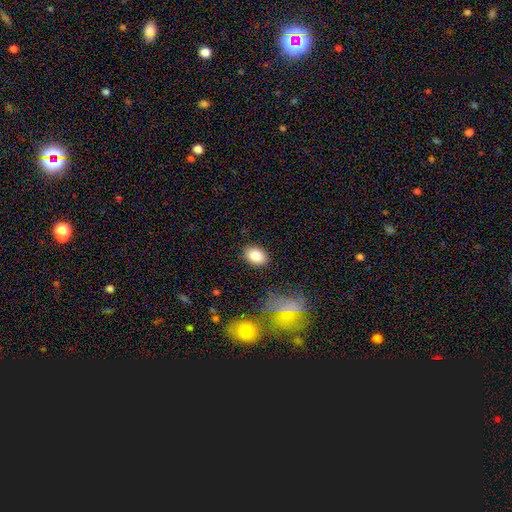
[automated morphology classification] type=smooth (83%); roundness=in between (79%); merging=none (86%).